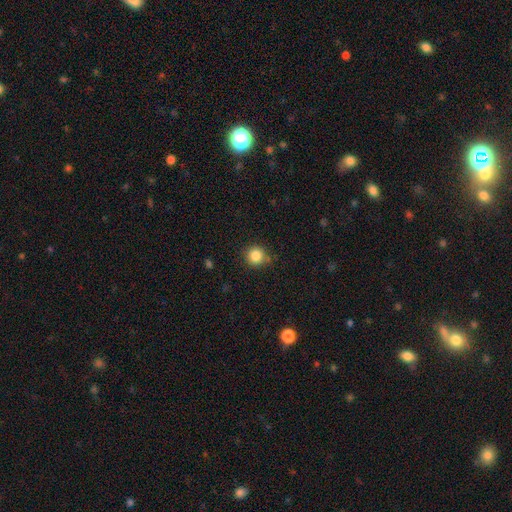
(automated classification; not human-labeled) This appears to be a smooth galaxy with no disk features (85%) that is round (92%). Merging: none (82%).